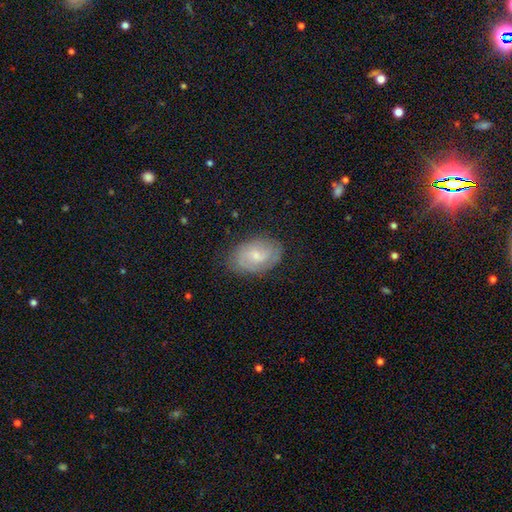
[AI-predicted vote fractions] Overall: featured or disk (60%; smooth 33%). Edge-on disk: no (96%). Bar: weak (49%; no 44%). Spiral arms: yes (87%). Spiral arm count: 2 (60%; can't tell 26%). Spiral winding: tight (47%; medium 40%). Bulge size: small (51%; moderate 39%). Merging: none (77%).